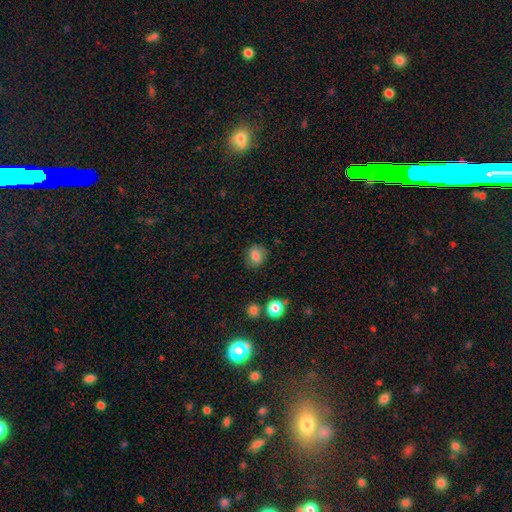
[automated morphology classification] This is clearly a smooth galaxy (81%). How rounded: likely round (61%). Merging: clearly none (82%).